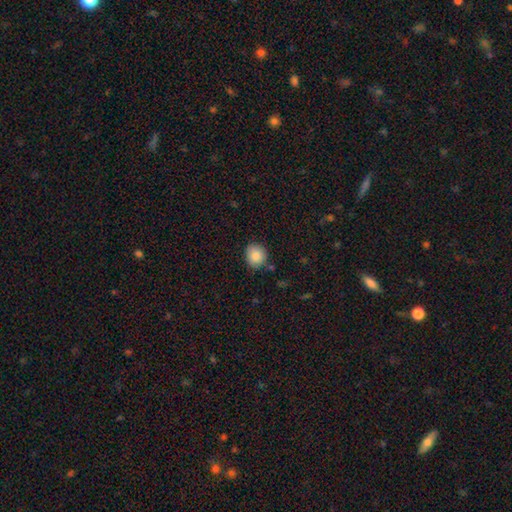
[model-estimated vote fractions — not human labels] smooth 87%, star or artifact 8%, featured or disk 5%. Down the decision tree: how rounded — round (79%); merging — none (82%).